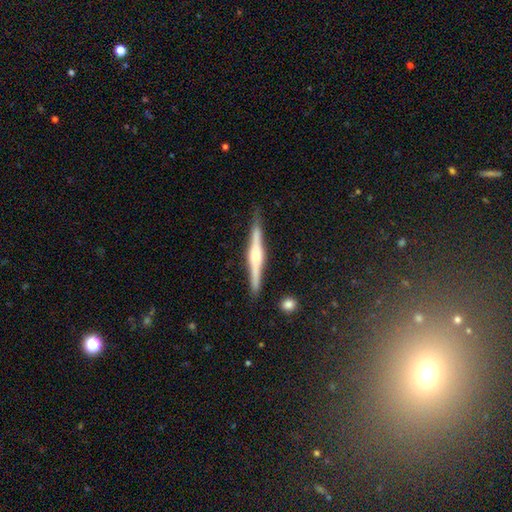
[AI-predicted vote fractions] Overall: featured or disk (77%). Edge-on disk: yes (98%). Edge-on bulge: rounded (73%). Merging: none (87%).